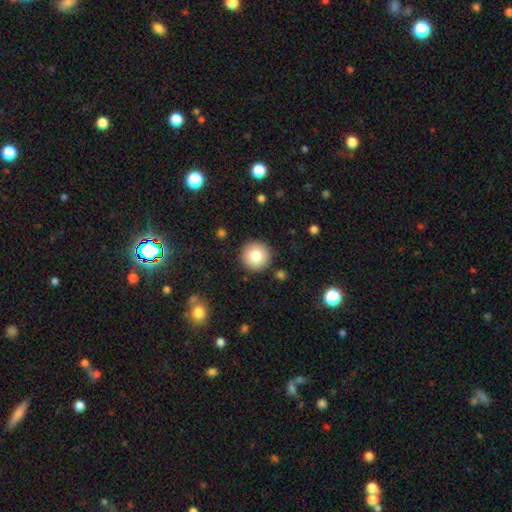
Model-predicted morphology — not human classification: Smooth or featured? smooth (80%)
How rounded? round (96%)
Merging? none (91%)